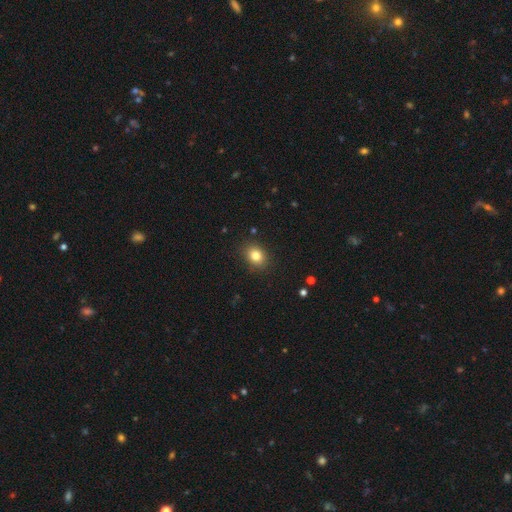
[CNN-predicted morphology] smooth-or-featured: smooth: 82% | star or artifact: 11% | featured or disk: 7%
  how-rounded: in between: 53% | round: 46% | cigar-shaped: 1%
  merging: none: 87% | minor disturbance: 10% | major disturbance: 3% | merger: 1%